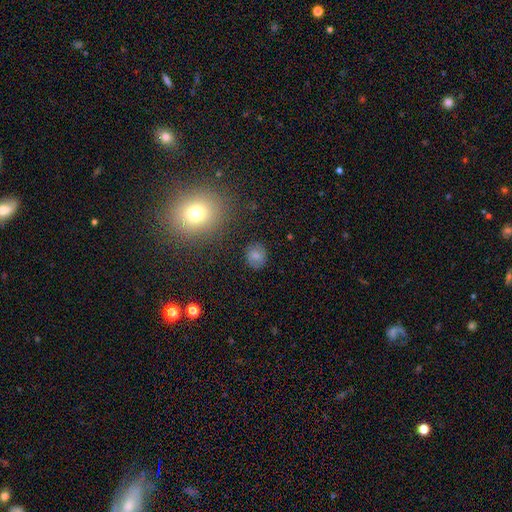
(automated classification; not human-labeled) Morphology: type=smooth (76%); roundness=round (77%); merging=none (86%).